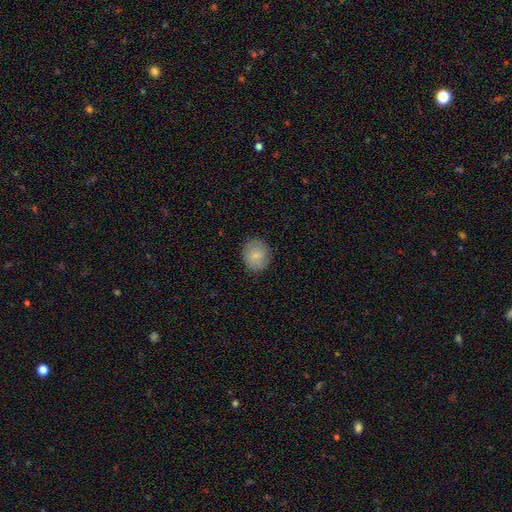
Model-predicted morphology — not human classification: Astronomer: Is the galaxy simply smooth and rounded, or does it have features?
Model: smooth — 77%.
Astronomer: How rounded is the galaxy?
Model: round — 66%.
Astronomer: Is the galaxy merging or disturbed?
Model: none — 84%.